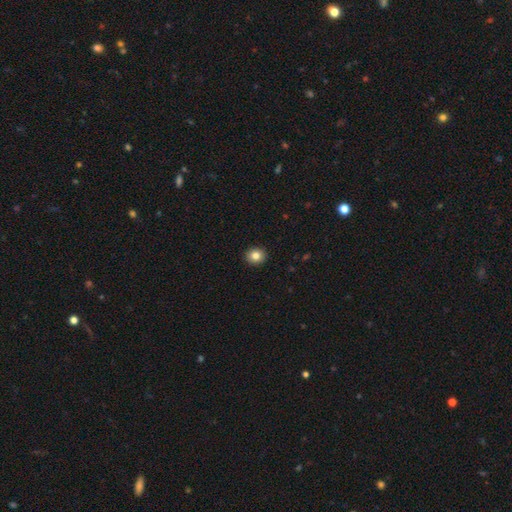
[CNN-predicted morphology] Overall: smooth (83%). How rounded: round (77%). Merging: none (92%).